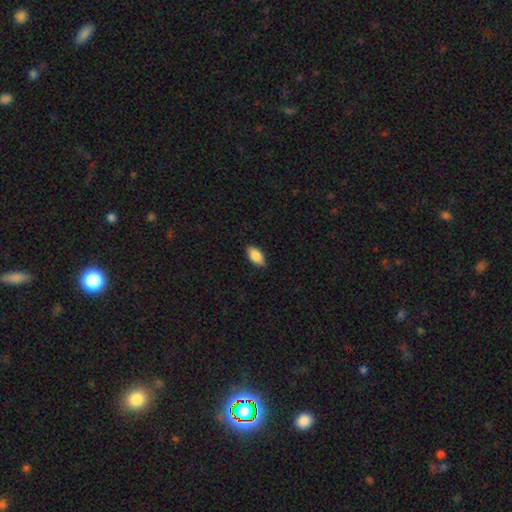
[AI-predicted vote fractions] A smooth galaxy with no disk features (86%) that is in between round and cigar-shaped (92%). Merging: none (85%).